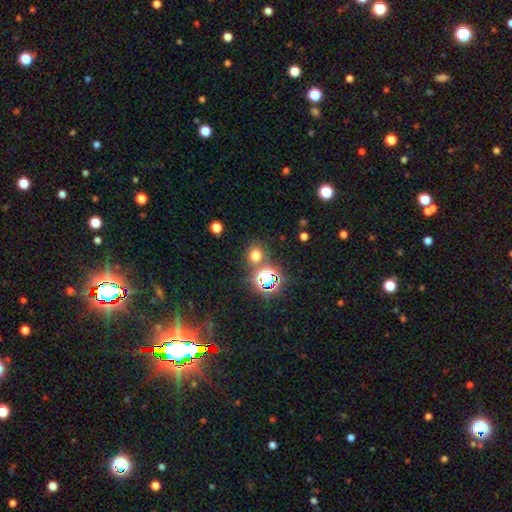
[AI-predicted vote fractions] A smooth galaxy with no disk features (63%) that is round (84%).

Vote fractions:
- Smooth or featured? smooth: 63% / star or artifact: 31% / featured or disk: 7%
- How rounded? round: 84% / in between: 15% / cigar-shaped: 1%
- Merging? none: 74% / merger: 14% / minor disturbance: 8% / major disturbance: 4%